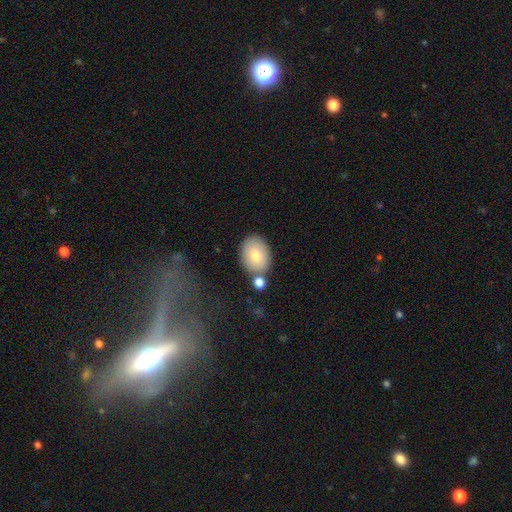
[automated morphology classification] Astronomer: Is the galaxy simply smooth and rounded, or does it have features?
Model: smooth — 77%.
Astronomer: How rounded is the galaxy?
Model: in between — 72%.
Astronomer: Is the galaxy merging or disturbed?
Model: none — 71%.